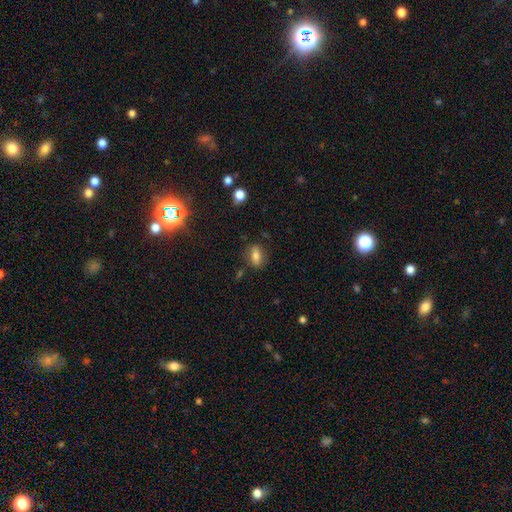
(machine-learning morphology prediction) smooth_or_featured: smooth (p=0.77) [alt: featured or disk p=0.14]
how_rounded: in between (p=0.78) [alt: cigar-shaped p=0.11]
merging: none (p=0.78) [alt: minor disturbance p=0.15]